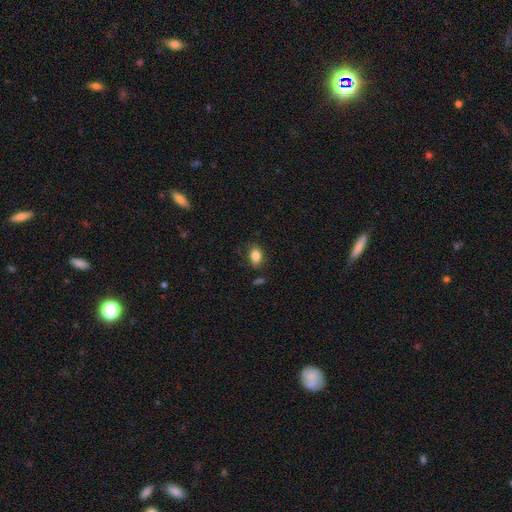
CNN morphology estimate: smooth 84%, star or artifact 9%, featured or disk 7%. Down the decision tree: how rounded — in between (83%); merging — none (81%).